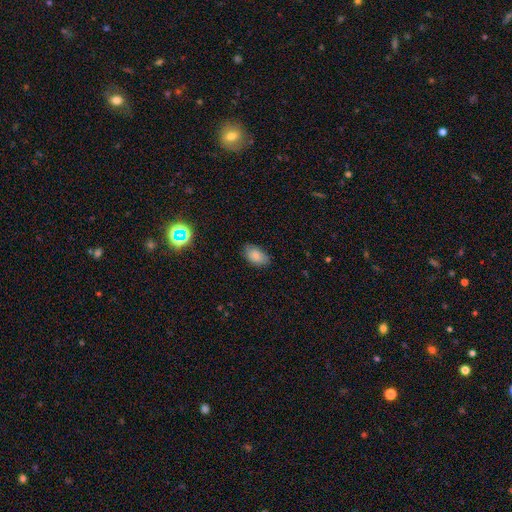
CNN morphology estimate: smooth_or_featured: smooth (p=0.80) [alt: featured or disk p=0.10]
how_rounded: in between (p=0.92) [alt: round p=0.07]
merging: none (p=0.78) [alt: minor disturbance p=0.18]